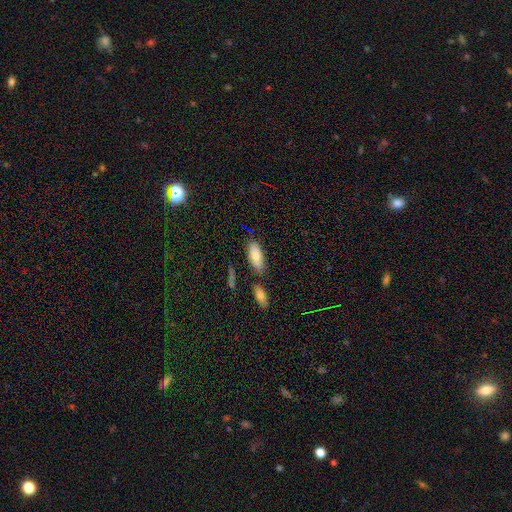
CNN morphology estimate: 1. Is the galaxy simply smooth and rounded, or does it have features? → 80% smooth, 13% featured or disk, 7% star or artifact.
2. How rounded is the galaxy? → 82% in between, 16% cigar-shaped, 2% round.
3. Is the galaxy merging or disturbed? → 74% none, 14% minor disturbance, 9% merger, 3% major disturbance.